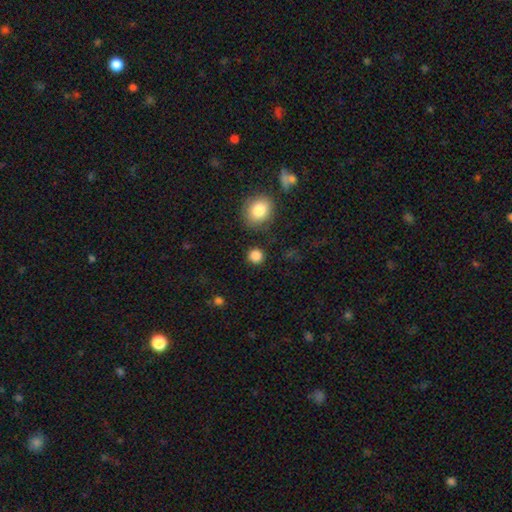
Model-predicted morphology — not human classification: Smooth or featured? Predicted: smooth (p=0.86). How rounded? Predicted: round (p=0.90). Merging? Predicted: none (p=0.86).